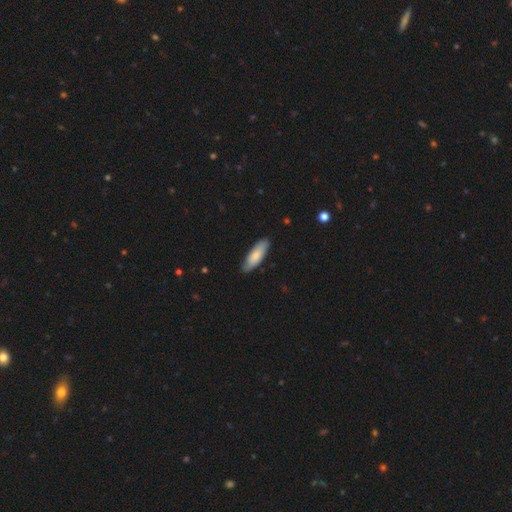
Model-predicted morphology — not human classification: Smooth or featured: smooth — 77% (featured or disk — 18%)
How rounded: in between — 58% (cigar-shaped — 40%)
Merging: none — 83% (minor disturbance — 14%)